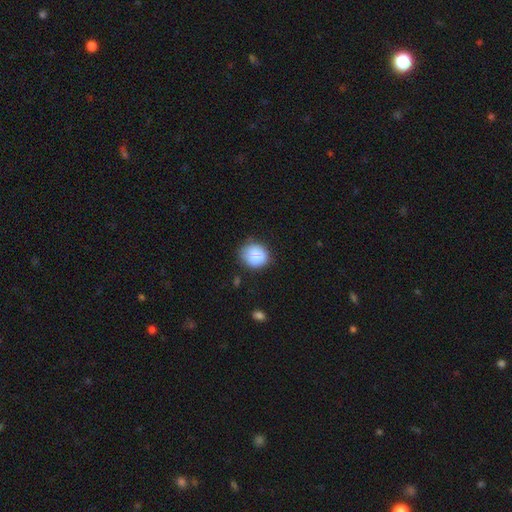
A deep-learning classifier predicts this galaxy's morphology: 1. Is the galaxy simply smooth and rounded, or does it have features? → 87% smooth, 8% star or artifact, 6% featured or disk.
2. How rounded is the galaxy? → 79% round, 20% in between, 1% cigar-shaped.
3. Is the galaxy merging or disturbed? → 73% none, 20% minor disturbance, 5% major disturbance, 2% merger.